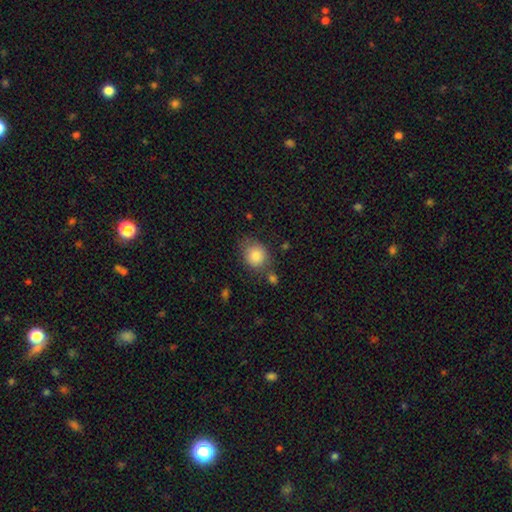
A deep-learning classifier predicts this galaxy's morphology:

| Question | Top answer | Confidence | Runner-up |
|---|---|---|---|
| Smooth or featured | smooth | 83% | star or artifact (9%) |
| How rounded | round | 69% | in between (31%) |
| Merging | none | 65% | minor disturbance (21%) |